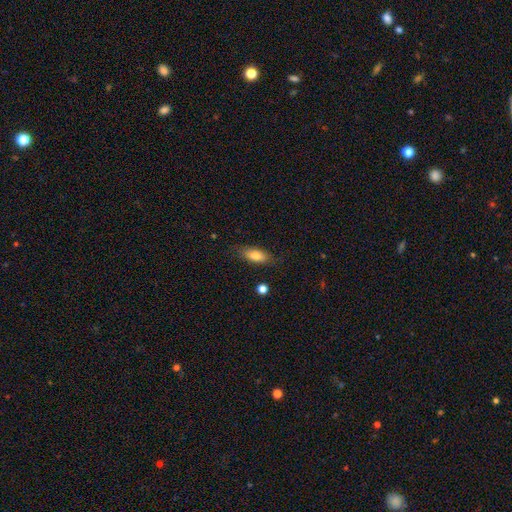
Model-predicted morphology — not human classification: Smooth or featured?
  - smooth: 78% *
  - featured or disk: 15%
  - star or artifact: 7%
How rounded?
  - in between: 75% *
  - cigar-shaped: 22%
  - round: 3%
Merging?
  - none: 80% *
  - minor disturbance: 15%
  - major disturbance: 4%
  - merger: 2%